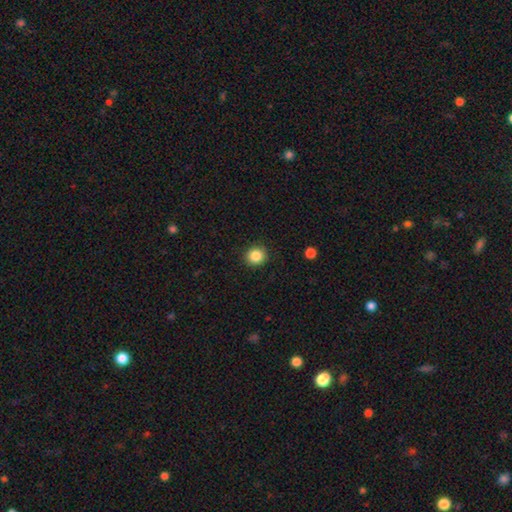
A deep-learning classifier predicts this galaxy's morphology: Overall: smooth (86%). How rounded: round (89%). Merging: none (91%).